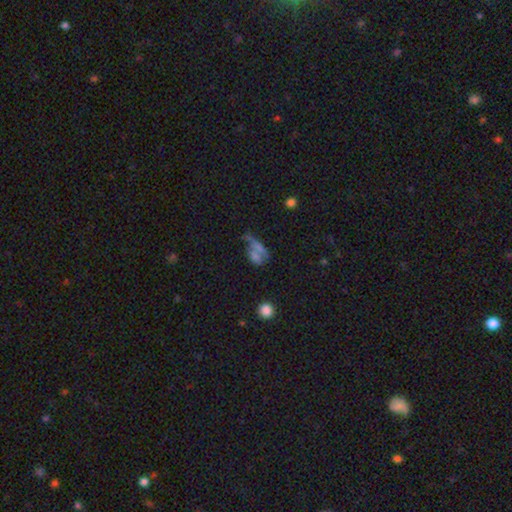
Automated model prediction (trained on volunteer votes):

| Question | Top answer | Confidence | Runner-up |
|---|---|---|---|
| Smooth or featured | smooth | 52% | featured or disk (25%) |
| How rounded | in between | 56% | round (28%) |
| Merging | merger | 36% | none (33%) |